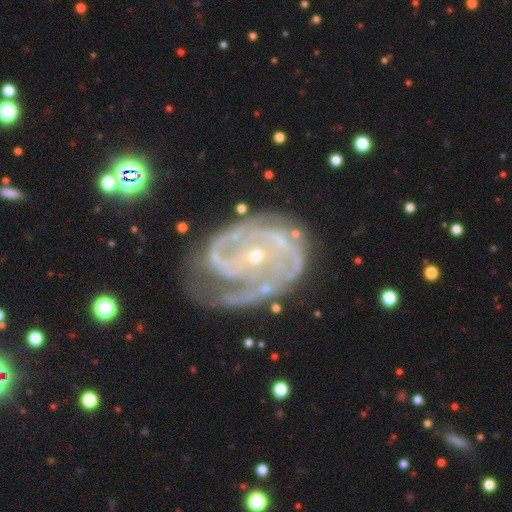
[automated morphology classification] smooth-or-featured: featured or disk: 90% | star or artifact: 6% | smooth: 4%
  disk-edge-on: no: 97% | yes: 3%
    bar: no: 66% | weak: 24% | strong: 10%
    has-spiral-arms: yes: 97% | no: 3%
      spiral-winding: tight: 60% | medium: 33% | loose: 7%
      spiral-arm-count: 2: 41% | 3: 21% | can't tell: 18% | 4: 7% | 1: 7% | more than 4: 6%
    bulge-size: small: 81% | moderate: 15% | none: 1% | large: 1% | dominant: 1%
  merging: none: 57% | minor disturbance: 25% | major disturbance: 15% | merger: 3%